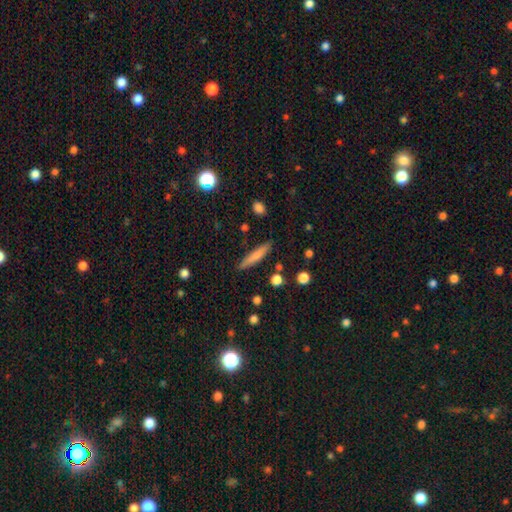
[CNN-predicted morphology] Smooth or featured? Predicted: smooth (p=0.71). How rounded? Predicted: cigar-shaped (p=0.90). Merging? Predicted: none (p=0.86).